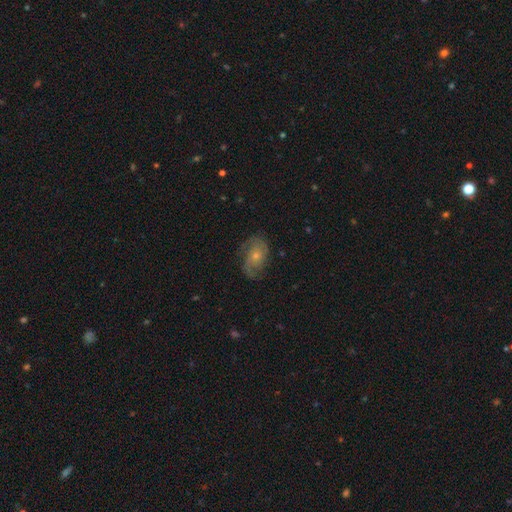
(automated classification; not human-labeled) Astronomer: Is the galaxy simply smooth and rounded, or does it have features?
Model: featured or disk — 71%.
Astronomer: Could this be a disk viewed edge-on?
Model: no — 96%.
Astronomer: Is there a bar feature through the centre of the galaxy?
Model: no — 75%.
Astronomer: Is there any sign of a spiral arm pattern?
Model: yes — 91%.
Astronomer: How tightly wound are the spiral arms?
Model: medium — 45% (runner-up: tight, 28%).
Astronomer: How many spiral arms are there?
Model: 2 — 69%.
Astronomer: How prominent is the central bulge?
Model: small — 58% (runner-up: moderate, 37%).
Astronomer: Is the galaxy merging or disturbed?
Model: none — 68%.